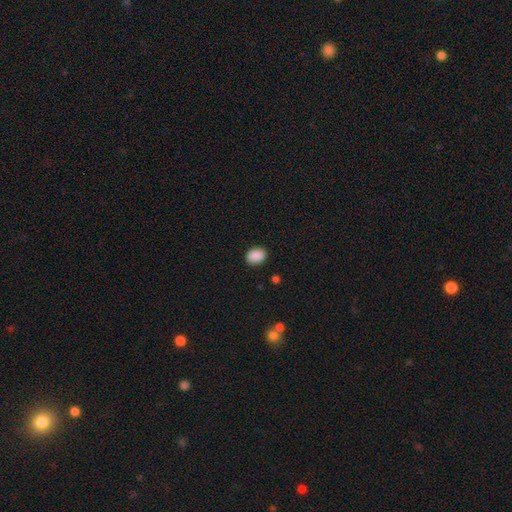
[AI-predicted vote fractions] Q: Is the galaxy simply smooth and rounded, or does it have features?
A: smooth — 89%.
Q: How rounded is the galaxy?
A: in between — 67%.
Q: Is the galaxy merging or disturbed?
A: none — 87%.